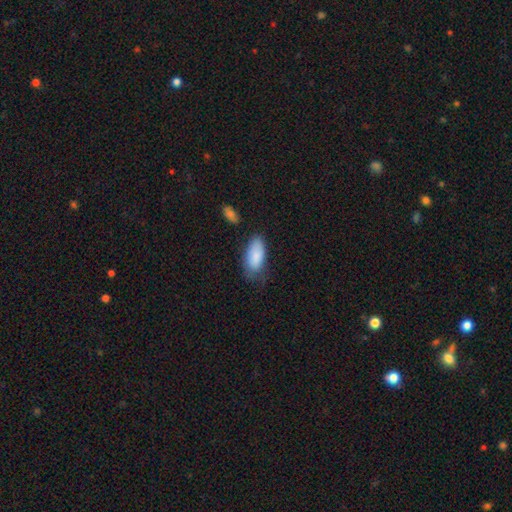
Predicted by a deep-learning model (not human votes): Smooth or featured: smooth — 86% (featured or disk — 8%)
How rounded: in between — 92% (cigar-shaped — 6%)
Merging: none — 53% (minor disturbance — 33%)